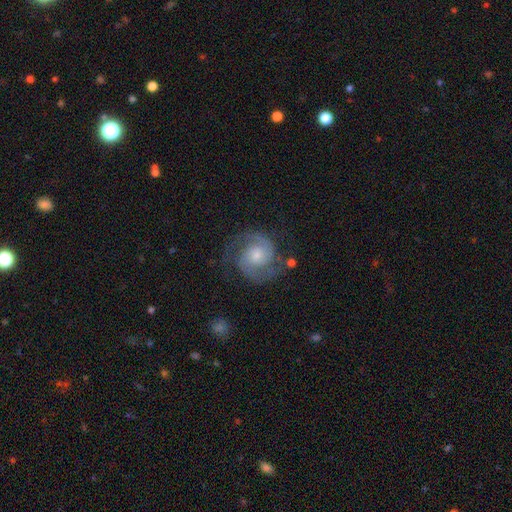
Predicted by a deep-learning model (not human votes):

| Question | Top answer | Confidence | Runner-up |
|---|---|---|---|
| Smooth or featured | featured or disk | 87% | smooth (7%) |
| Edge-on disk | no | 98% | yes (2%) |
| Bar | no | 65% | weak (29%) |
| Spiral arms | yes | 98% | no (2%) |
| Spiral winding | medium | 50% | tight (40%) |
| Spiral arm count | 2 | 92% | can't tell (3%) |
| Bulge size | moderate | 47% | small (43%) |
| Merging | none | 78% | minor disturbance (14%) |